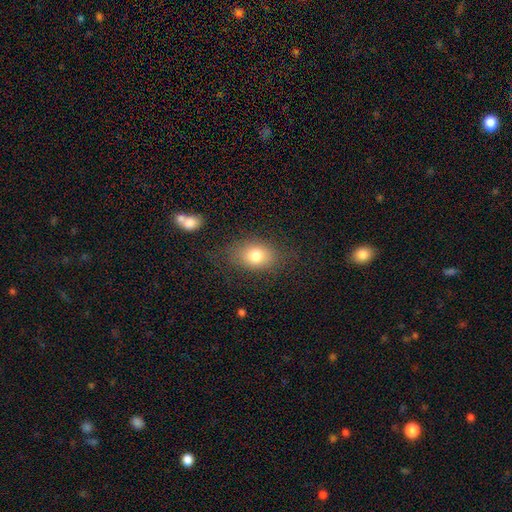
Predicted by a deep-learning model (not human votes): Q: Smooth or featured?
A: smooth (77%); runner-up: featured or disk (12%)
Q: How rounded?
A: in between (69%); runner-up: round (30%)
Q: Merging?
A: none (74%); runner-up: minor disturbance (16%)